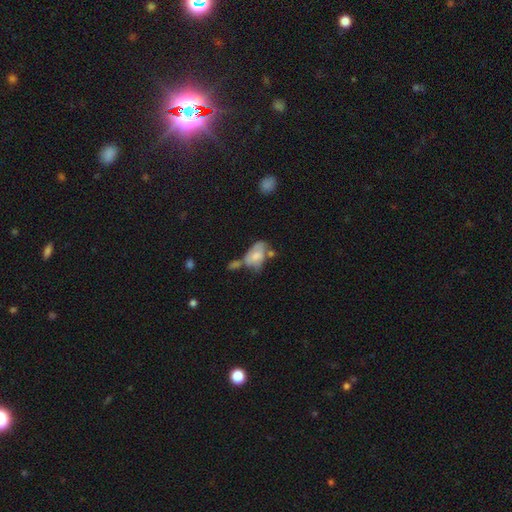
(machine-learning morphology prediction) Smooth or featured?
  - smooth: 62% *
  - featured or disk: 31%
  - star or artifact: 8%
How rounded?
  - in between: 89% *
  - round: 9%
  - cigar-shaped: 2%
Merging?
  - merger: 38% *
  - none: 23%
  - minor disturbance: 22%
  - major disturbance: 17%